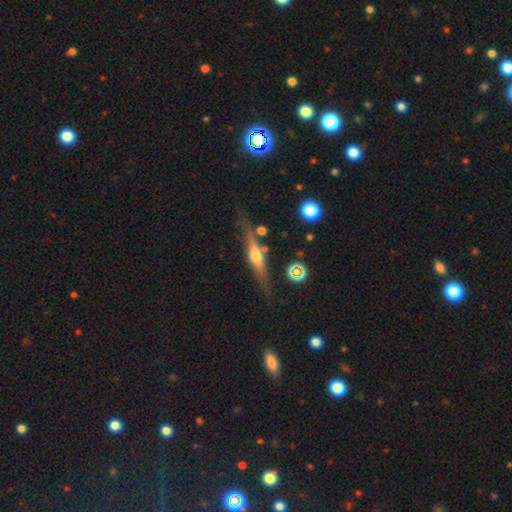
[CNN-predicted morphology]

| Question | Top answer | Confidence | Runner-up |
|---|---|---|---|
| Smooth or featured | featured or disk | 68% | smooth (24%) |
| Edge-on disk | yes | 94% | no (6%) |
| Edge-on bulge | rounded | 86% | boxy (8%) |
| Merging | none | 74% | minor disturbance (16%) |